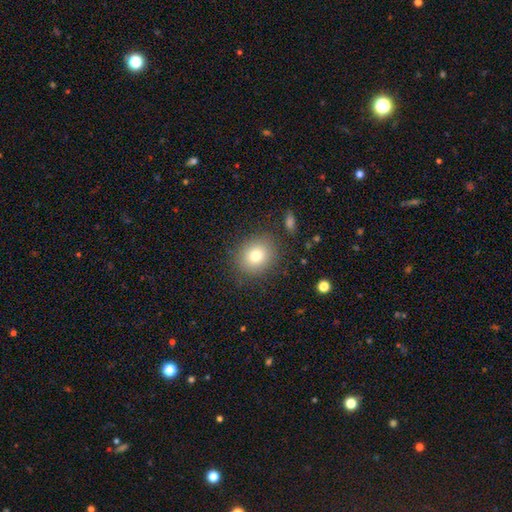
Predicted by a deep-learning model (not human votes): This is likely a smooth galaxy (76%). How rounded: likely round (74%). Merging: clearly none (85%).